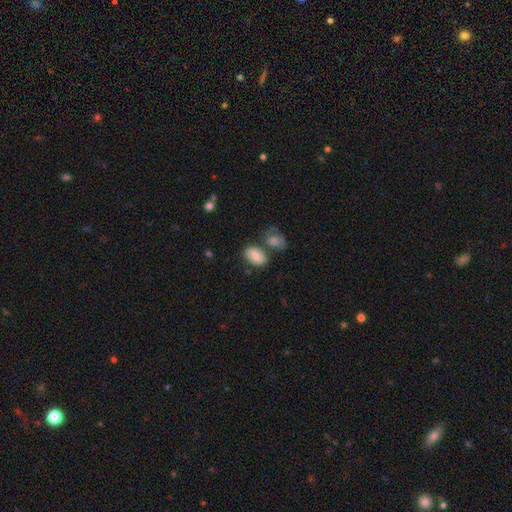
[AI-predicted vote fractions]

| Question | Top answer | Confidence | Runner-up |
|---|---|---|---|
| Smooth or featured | smooth | 74% | featured or disk (18%) |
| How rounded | in between | 82% | round (16%) |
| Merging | none | 59% | merger (20%) |